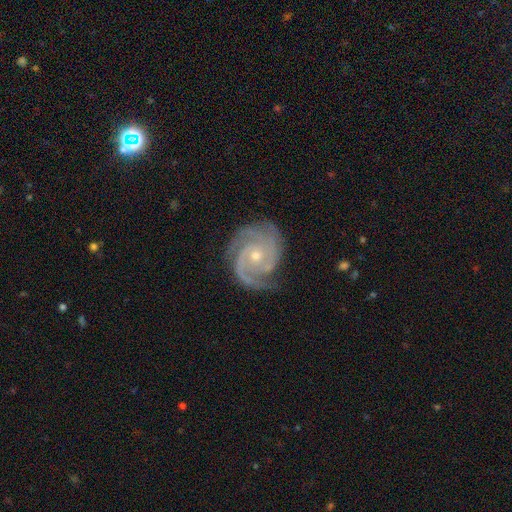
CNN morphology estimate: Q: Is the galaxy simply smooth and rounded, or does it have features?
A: featured or disk — 93%.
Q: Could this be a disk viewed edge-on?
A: no — 98%.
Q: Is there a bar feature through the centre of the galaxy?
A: no — 72%.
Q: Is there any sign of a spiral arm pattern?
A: yes — 99%.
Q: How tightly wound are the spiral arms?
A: tight — 65%.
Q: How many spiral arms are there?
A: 3 — 48%.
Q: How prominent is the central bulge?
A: small — 54%.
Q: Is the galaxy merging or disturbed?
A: none — 77%.